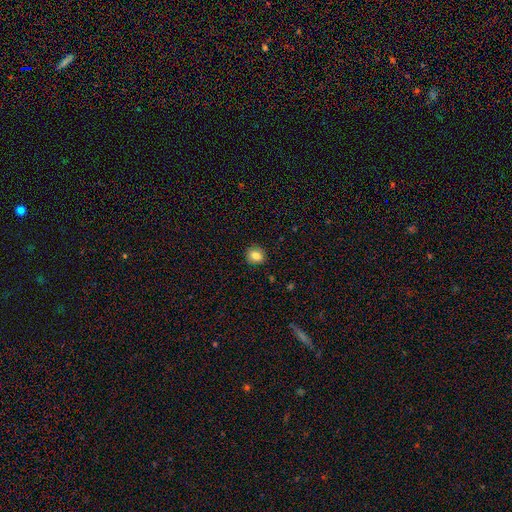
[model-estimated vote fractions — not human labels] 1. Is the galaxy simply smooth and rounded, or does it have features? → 83% smooth, 10% star or artifact, 7% featured or disk.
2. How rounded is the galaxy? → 73% round, 26% in between, 1% cigar-shaped.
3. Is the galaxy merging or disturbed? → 88% none, 9% minor disturbance, 2% major disturbance, 1% merger.